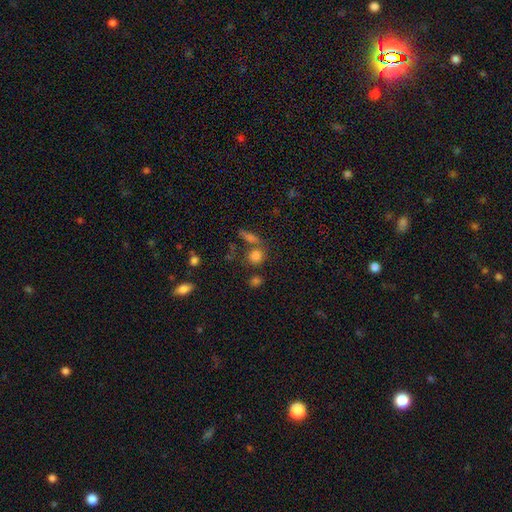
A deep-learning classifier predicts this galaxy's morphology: smooth 79%, star or artifact 13%, featured or disk 7%. Down the decision tree: how rounded — round (81%); merging — none (65%).